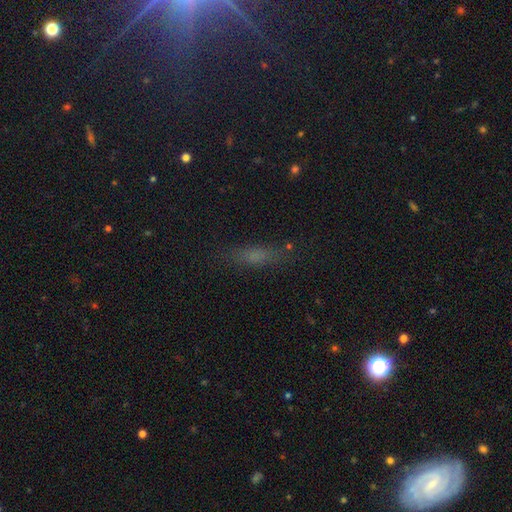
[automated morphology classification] Smooth or featured? Predicted: smooth (p=0.58). How rounded? Predicted: cigar-shaped (p=0.64). Merging? Predicted: none (p=0.77).